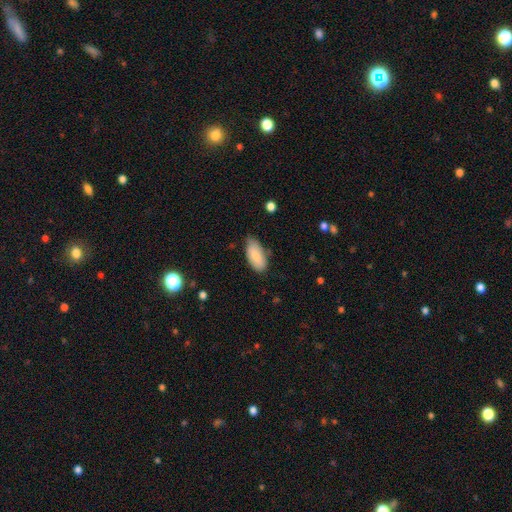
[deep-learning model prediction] Smooth or featured: smooth — 83% (featured or disk — 10%)
How rounded: in between — 92% (cigar-shaped — 6%)
Merging: none — 69% (minor disturbance — 25%)